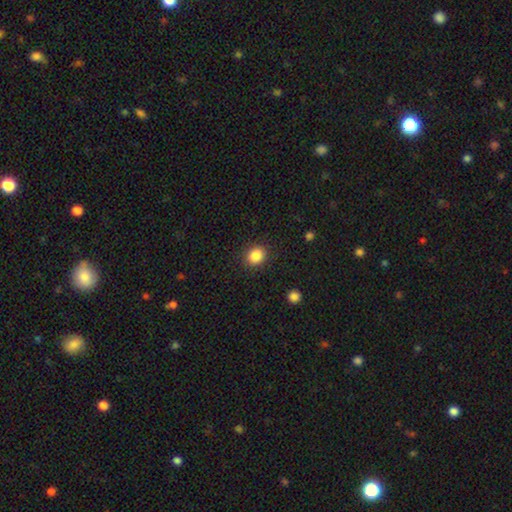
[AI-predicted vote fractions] Q: Smooth or featured?
A: smooth (86%); runner-up: star or artifact (9%)
Q: How rounded?
A: round (66%); runner-up: in between (33%)
Q: Merging?
A: none (88%); runner-up: minor disturbance (8%)